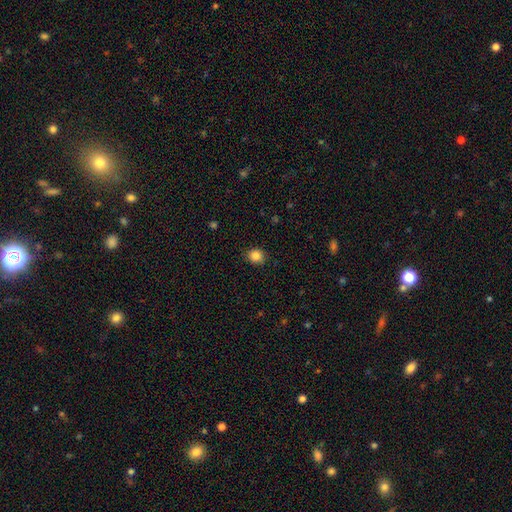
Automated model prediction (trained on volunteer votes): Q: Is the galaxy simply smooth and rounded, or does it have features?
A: smooth — 86%.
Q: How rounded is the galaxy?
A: round — 76%.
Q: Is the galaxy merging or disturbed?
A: none — 88%.